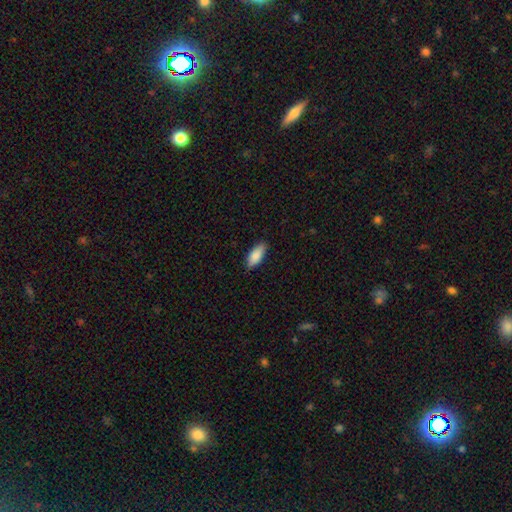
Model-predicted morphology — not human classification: Smooth or featured?
  - smooth: 88% *
  - featured or disk: 6%
  - star or artifact: 6%
How rounded?
  - in between: 83% *
  - cigar-shaped: 15%
  - round: 2%
Merging?
  - none: 84% *
  - minor disturbance: 13%
  - major disturbance: 2%
  - merger: 1%